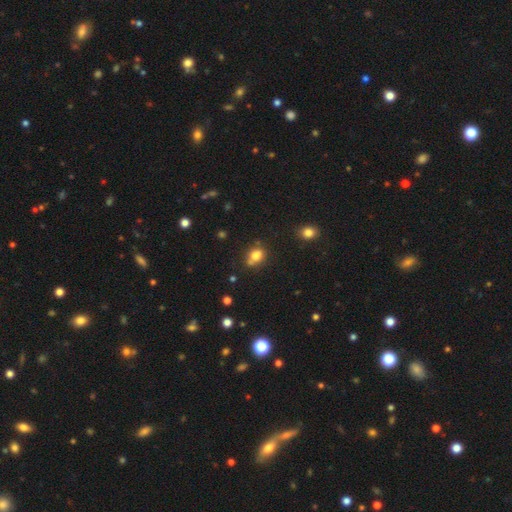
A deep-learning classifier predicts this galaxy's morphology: Smooth or featured?
  - smooth: 76% *
  - star or artifact: 12%
  - featured or disk: 12%
How rounded?
  - in between: 55% *
  - round: 43%
  - cigar-shaped: 2%
Merging?
  - none: 51% *
  - merger: 23%
  - minor disturbance: 20%
  - major disturbance: 6%